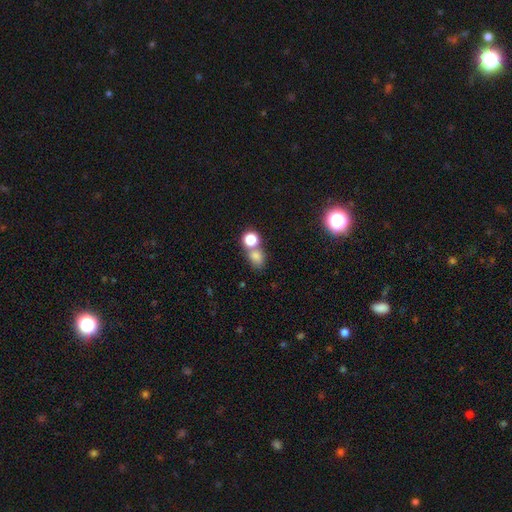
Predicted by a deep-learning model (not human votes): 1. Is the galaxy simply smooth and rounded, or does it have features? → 76% smooth, 15% star or artifact, 9% featured or disk.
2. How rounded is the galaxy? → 50% round, 48% in between, 2% cigar-shaped.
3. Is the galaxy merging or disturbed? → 44% none, 41% merger, 10% minor disturbance, 5% major disturbance.